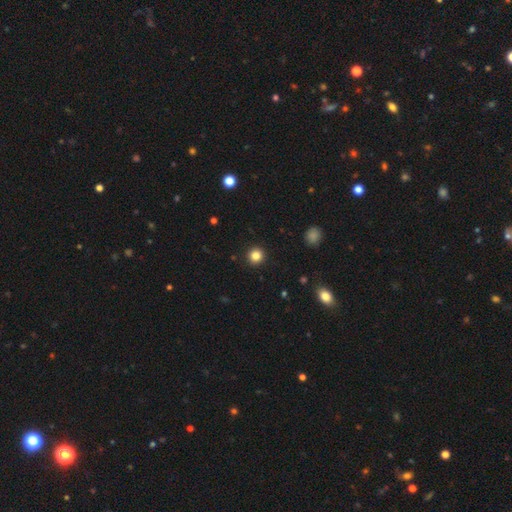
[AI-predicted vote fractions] smooth 83%, star or artifact 12%, featured or disk 5%. Down the decision tree: how rounded — round (95%); merging — none (93%).